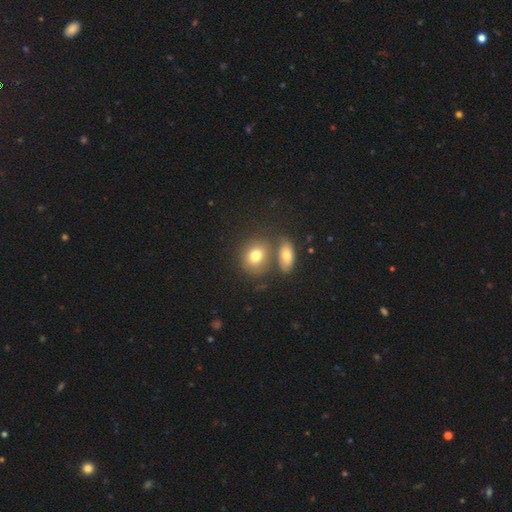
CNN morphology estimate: smooth_or_featured: smooth (p=0.75) [alt: featured or disk p=0.15]
how_rounded: round (p=0.55) [alt: in between p=0.43]
merging: none (p=0.55) [alt: merger p=0.30]